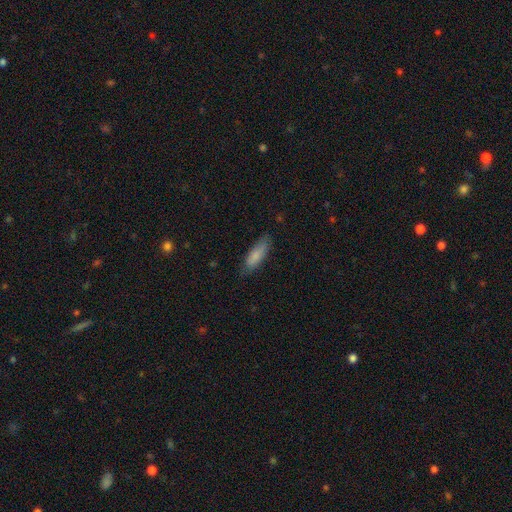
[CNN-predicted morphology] type=smooth (83%); roundness=in between (50%); merging=none (76%).